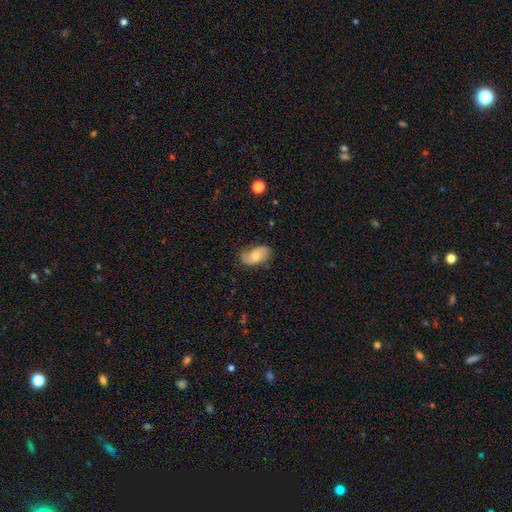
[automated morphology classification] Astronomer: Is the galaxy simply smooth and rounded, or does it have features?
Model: featured or disk — 47% (runner-up: smooth, 46%).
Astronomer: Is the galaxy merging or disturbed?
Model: none — 67%.